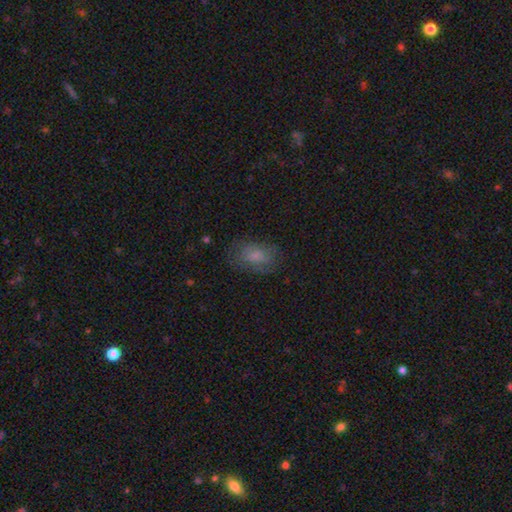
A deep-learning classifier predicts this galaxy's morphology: This appears to be a smooth galaxy with no disk features (70%) that is in between round and cigar-shaped (85%). Merging: none (68%).